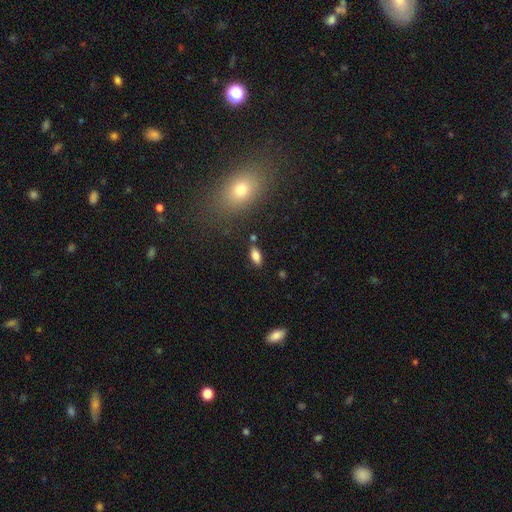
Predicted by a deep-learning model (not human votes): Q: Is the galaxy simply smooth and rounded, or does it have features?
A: smooth — 79%.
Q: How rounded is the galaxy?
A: in between — 85%.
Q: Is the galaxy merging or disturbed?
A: none — 81%.